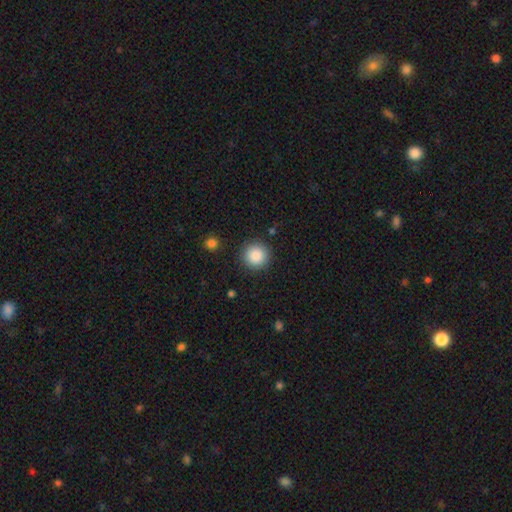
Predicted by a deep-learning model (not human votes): Overall: smooth (88%). How rounded: round (95%). Merging: none (90%).